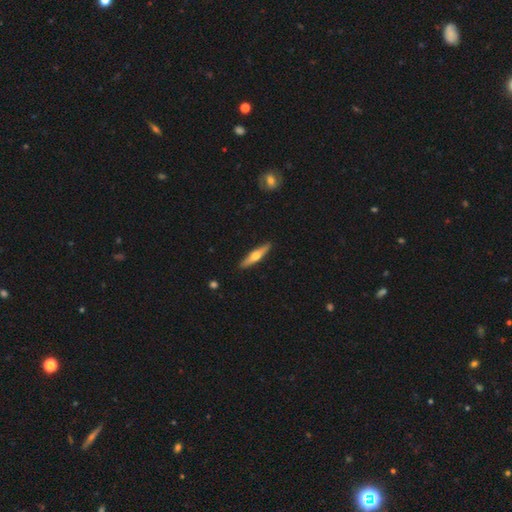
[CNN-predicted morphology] Smooth or featured: featured or disk — 56% (smooth — 39%)
Edge-on disk: yes — 94% (no — 6%)
Edge-on bulge: rounded — 94% (none — 4%)
Merging: none — 91% (minor disturbance — 6%)